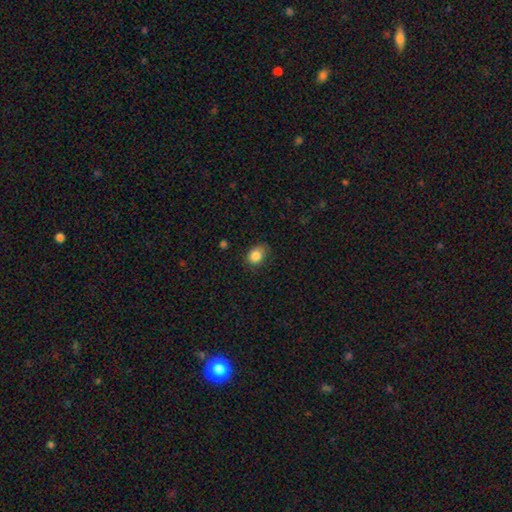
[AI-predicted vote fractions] Overall: smooth (86%). How rounded: in between (61%; round 38%). Merging: none (70%).